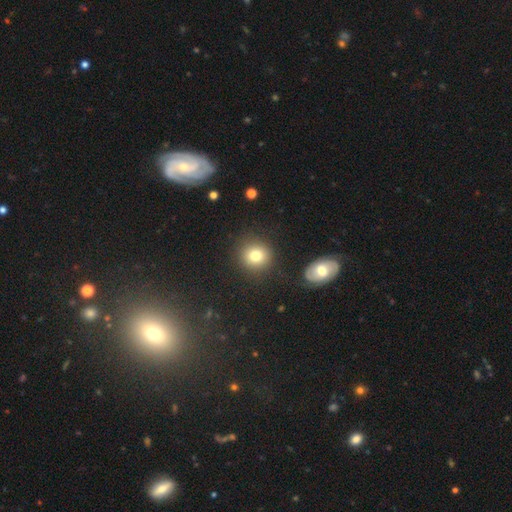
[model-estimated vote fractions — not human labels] This is likely a smooth galaxy (79%). How rounded: clearly round (89%). Merging: clearly none (87%).